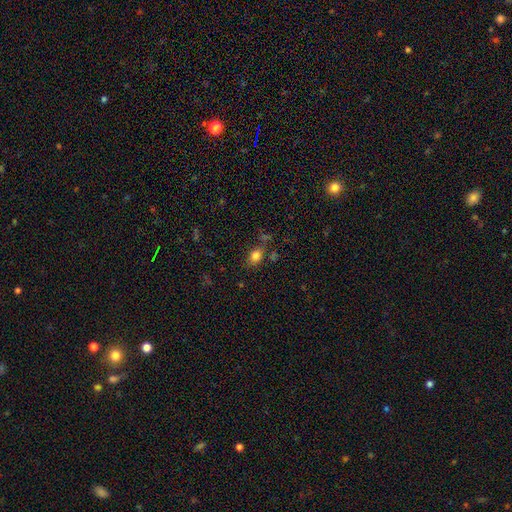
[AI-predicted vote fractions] Smooth or featured: smooth — 80% (star or artifact — 12%)
How rounded: in between — 69% (round — 29%)
Merging: none — 68% (minor disturbance — 18%)